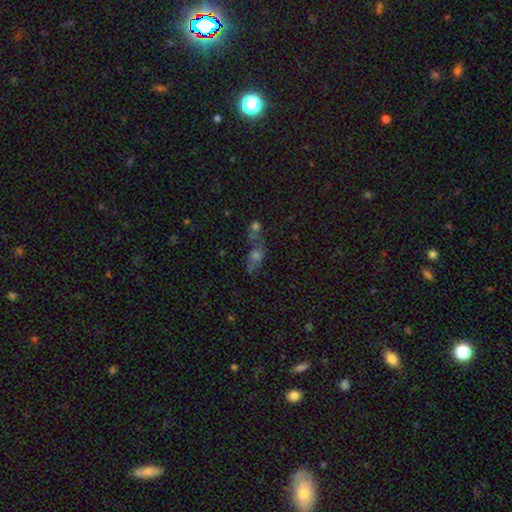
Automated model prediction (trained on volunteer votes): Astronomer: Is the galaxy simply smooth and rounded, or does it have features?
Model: smooth — 37% (runner-up: featured or disk, 33%).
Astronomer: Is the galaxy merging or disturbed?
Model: merger — 42% (runner-up: none, 30%).